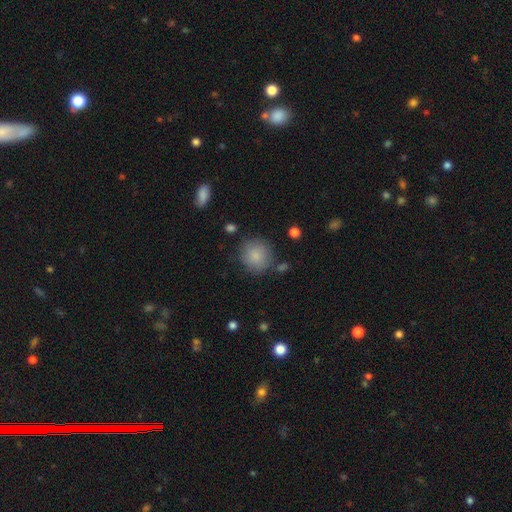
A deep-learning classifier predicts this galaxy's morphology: smooth_or_featured: smooth (p=0.85) [alt: star or artifact p=0.08]
how_rounded: round (p=0.90) [alt: in between p=0.09]
merging: none (p=0.78) [alt: minor disturbance p=0.14]